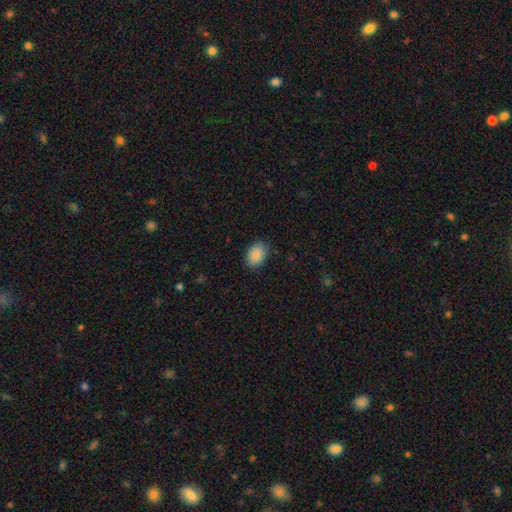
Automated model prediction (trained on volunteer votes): Smooth or featured: smooth — 89% (star or artifact — 7%)
How rounded: in between — 76% (round — 23%)
Merging: none — 84% (minor disturbance — 12%)